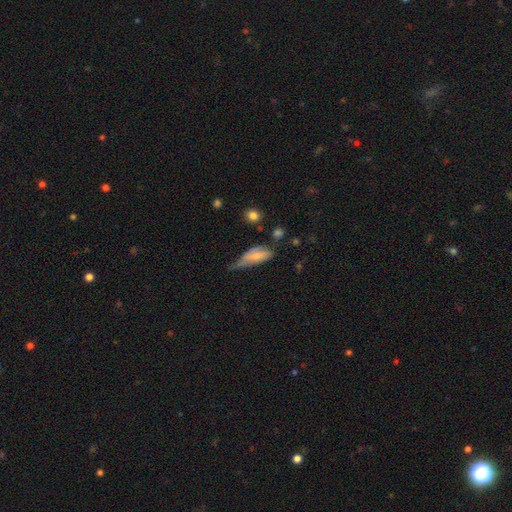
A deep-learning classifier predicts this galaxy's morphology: Overall: smooth (61%; featured or disk 31%). How rounded: in between (77%). Merging: minor disturbance (42%; major disturbance 31%).